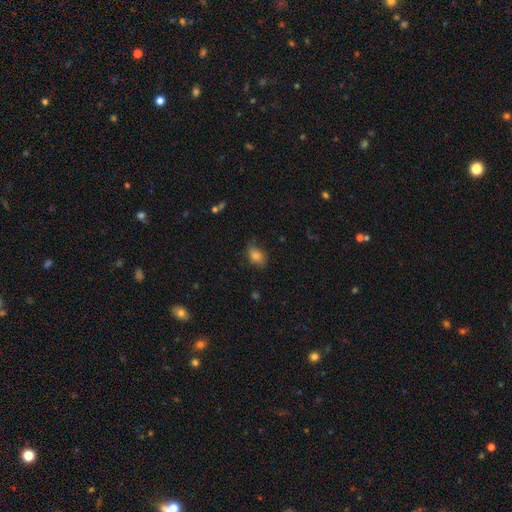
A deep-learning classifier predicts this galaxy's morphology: smooth-or-featured: smooth: 82% | star or artifact: 9% | featured or disk: 9%
  how-rounded: in between: 78% | round: 20% | cigar-shaped: 2%
  merging: none: 74% | minor disturbance: 21% | major disturbance: 4% | merger: 1%